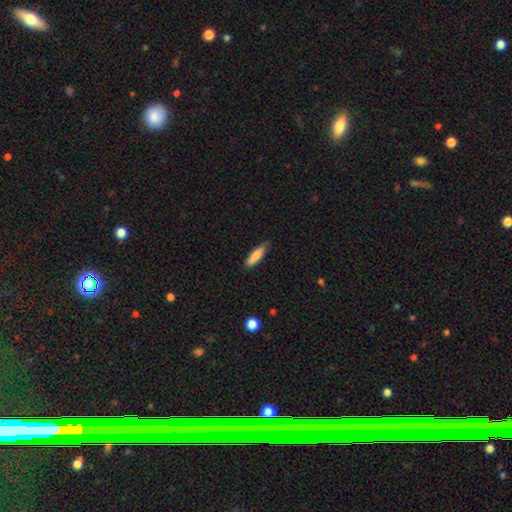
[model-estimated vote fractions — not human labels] Morphology: type=smooth (83%); roundness=cigar-shaped (65%); merging=none (79%).